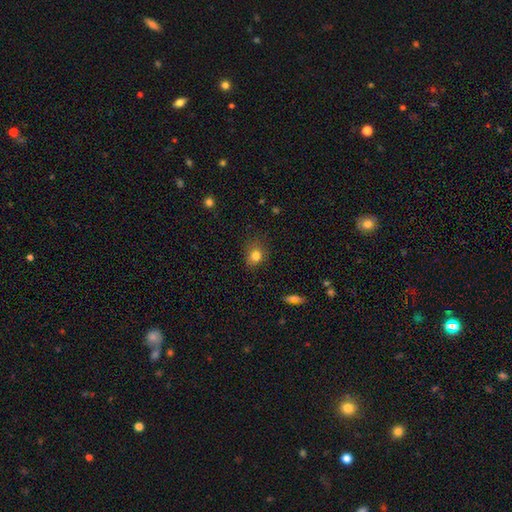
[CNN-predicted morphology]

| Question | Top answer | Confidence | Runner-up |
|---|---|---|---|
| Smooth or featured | smooth | 80% | star or artifact (12%) |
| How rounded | round | 58% | in between (41%) |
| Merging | none | 72% | minor disturbance (21%) |